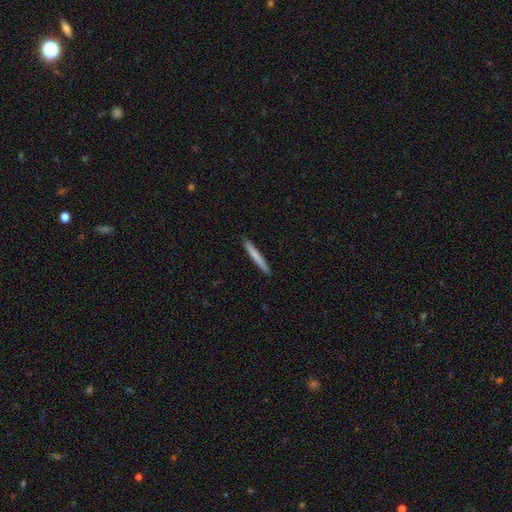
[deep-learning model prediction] Q: Smooth or featured?
A: smooth (74%); runner-up: featured or disk (21%)
Q: How rounded?
A: cigar-shaped (97%); runner-up: in between (2%)
Q: Merging?
A: none (92%); runner-up: minor disturbance (5%)